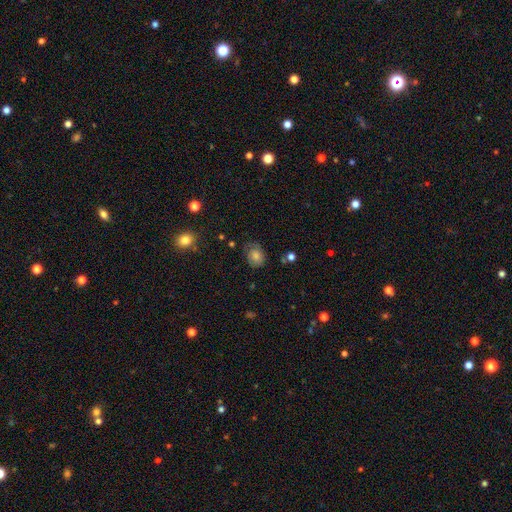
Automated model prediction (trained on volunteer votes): smooth-or-featured: smooth: 61% | featured or disk: 27% | star or artifact: 13%
  how-rounded: round: 52% | in between: 47% | cigar-shaped: 1%
  merging: none: 65% | minor disturbance: 23% | major disturbance: 10% | merger: 2%